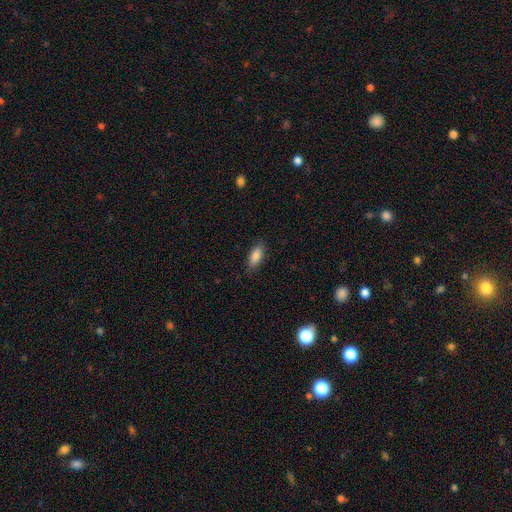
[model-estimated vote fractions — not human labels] smooth-or-featured: smooth: 86% | featured or disk: 7% | star or artifact: 7%
  how-rounded: in between: 83% | cigar-shaped: 15% | round: 2%
  merging: none: 85% | minor disturbance: 11% | major disturbance: 3% | merger: 1%